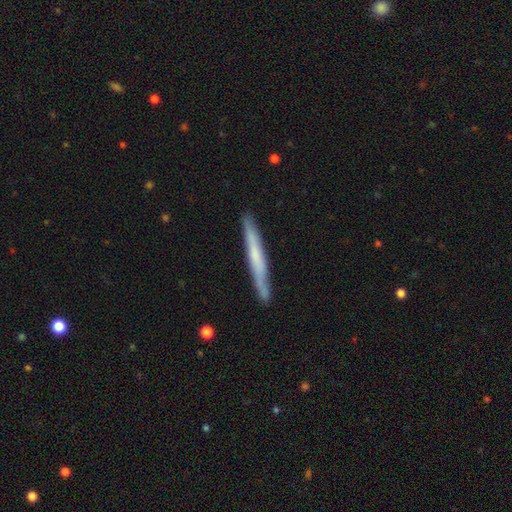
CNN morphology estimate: A featured or disk galaxy (47%, tied with smooth).

Vote fractions:
- Smooth or featured? featured or disk: 47% (tied) / smooth: 47% (tied) / star or artifact: 6%
- Merging? none: 87% / minor disturbance: 10% / major disturbance: 2% / merger: 1%